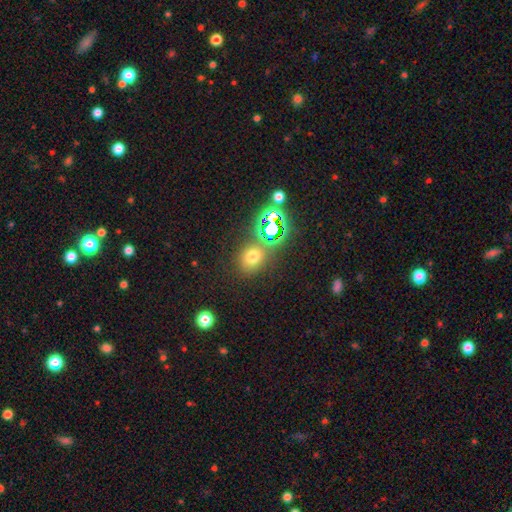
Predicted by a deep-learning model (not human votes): Smooth or featured?
  - smooth: 61% *
  - star or artifact: 30%
  - featured or disk: 9%
How rounded?
  - round: 61% *
  - in between: 38%
  - cigar-shaped: 1%
Merging?
  - none: 75% *
  - minor disturbance: 11%
  - merger: 10%
  - major disturbance: 5%